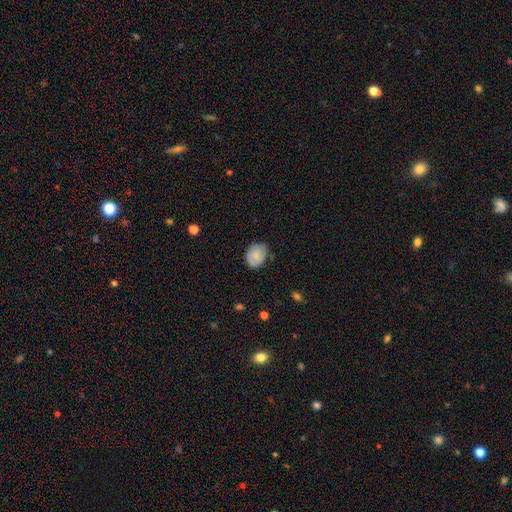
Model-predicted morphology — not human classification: The model was most divided on "how rounded": in between: 55%, round: 44%, cigar-shaped: 1%. More confident: smooth or featured — smooth (76%); merging — none (67%).